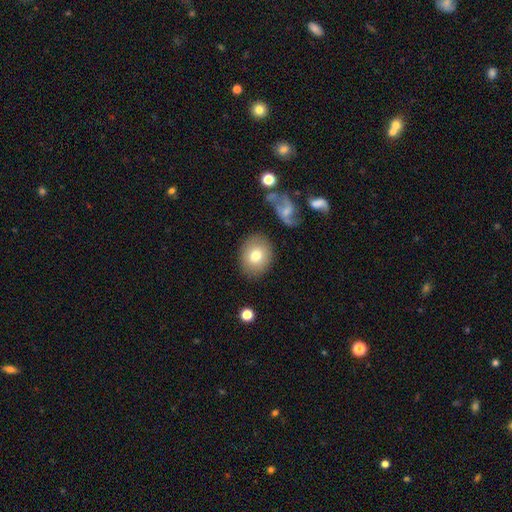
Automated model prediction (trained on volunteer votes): A smooth galaxy with no disk features (75%) that is round (55%). Merging: none (83%).